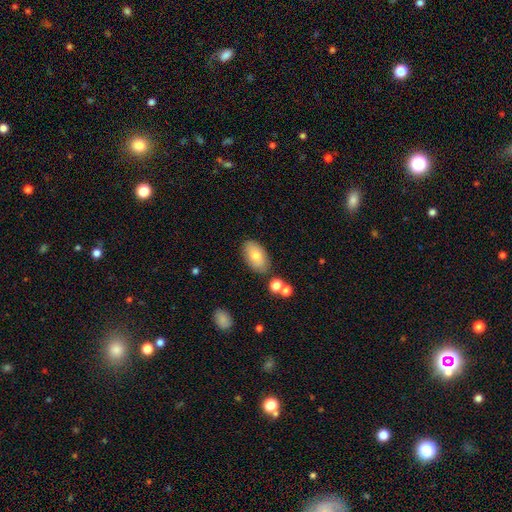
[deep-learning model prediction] A smooth galaxy with no disk features (76%) that is in between round and cigar-shaped (92%). Merging: none (81%).